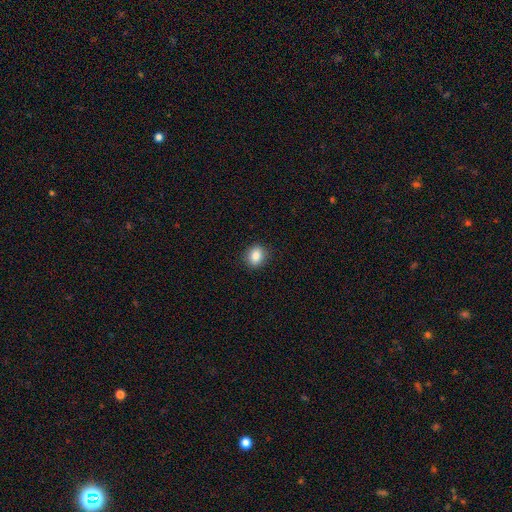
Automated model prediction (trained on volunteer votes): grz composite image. It shows a smooth galaxy with no disk features (85%) that is round (60%). Merging: none (89%).